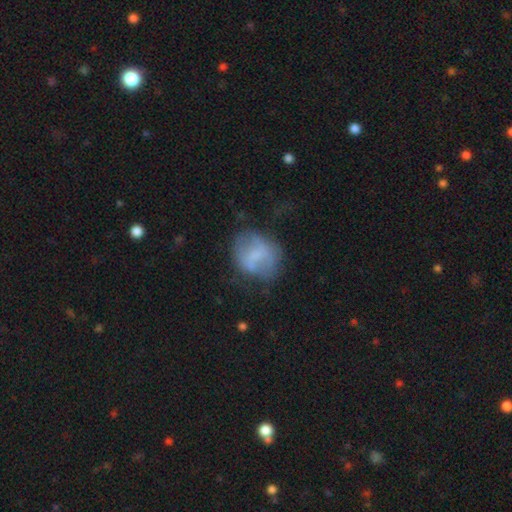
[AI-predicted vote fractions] This appears to be a smooth galaxy with no disk features (50%). Merging: none (52%).